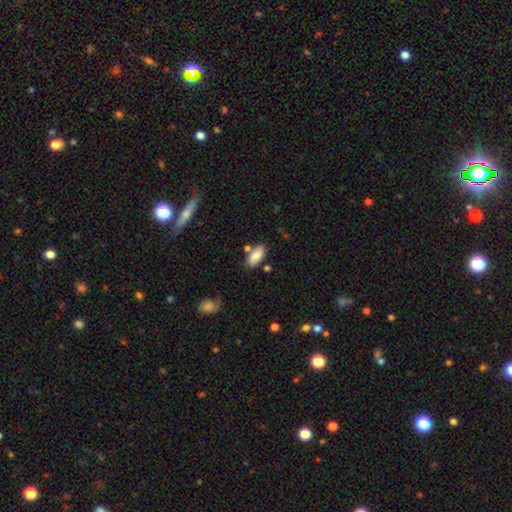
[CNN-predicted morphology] Q: Smooth or featured?
A: smooth (83%); runner-up: featured or disk (10%)
Q: How rounded?
A: in between (89%); runner-up: cigar-shaped (9%)
Q: Merging?
A: none (74%); runner-up: minor disturbance (14%)